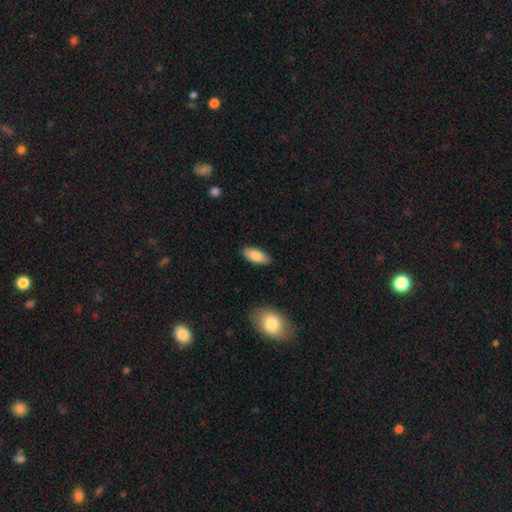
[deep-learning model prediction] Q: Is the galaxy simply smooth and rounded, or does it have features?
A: smooth — 84%.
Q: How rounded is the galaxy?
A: in between — 89%.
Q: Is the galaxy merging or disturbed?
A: none — 87%.